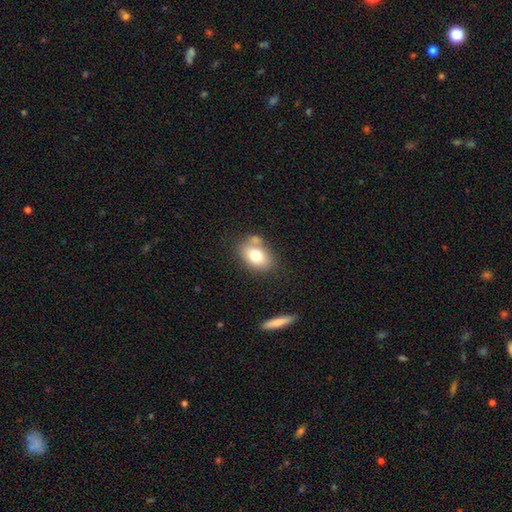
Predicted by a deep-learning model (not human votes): smooth_or_featured: smooth (p=0.76) [alt: featured or disk p=0.16]
how_rounded: in between (p=0.81) [alt: round p=0.17]
merging: none (p=0.60) [alt: merger p=0.18]